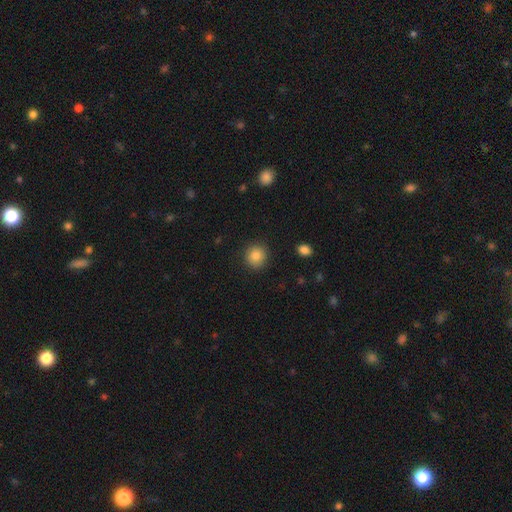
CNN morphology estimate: smooth 84%, star or artifact 10%, featured or disk 6%. Down the decision tree: how rounded — round (89%); merging — none (89%).